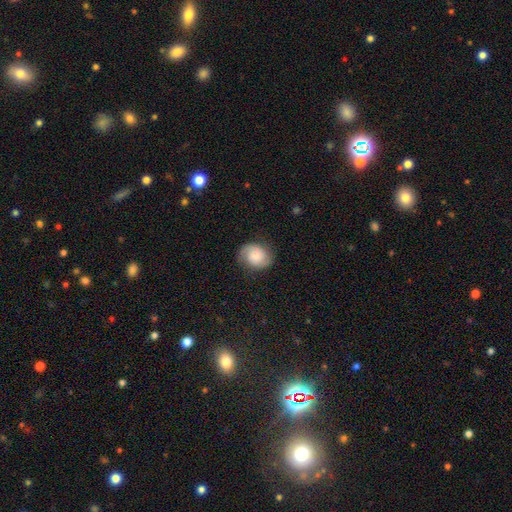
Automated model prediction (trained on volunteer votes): This is possibly a smooth galaxy (46%). Merging: likely none (78%).